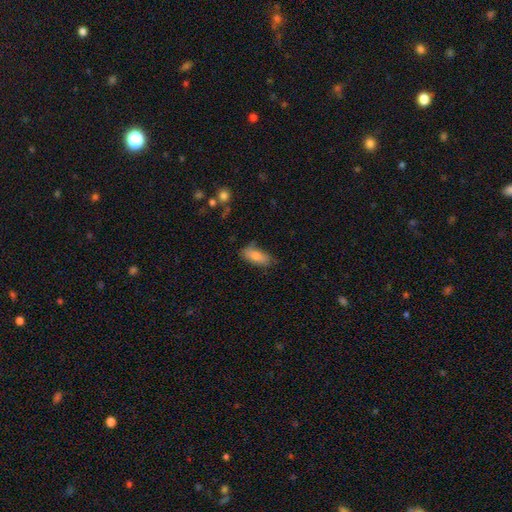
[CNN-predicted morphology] Smooth or featured: smooth — 78% (featured or disk — 14%)
How rounded: in between — 76% (cigar-shaped — 21%)
Merging: none — 75% (minor disturbance — 19%)